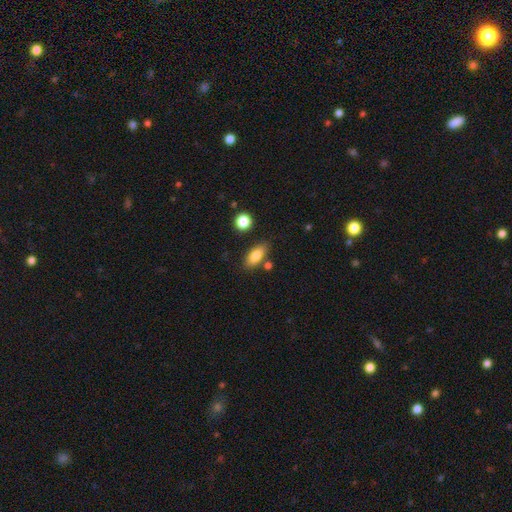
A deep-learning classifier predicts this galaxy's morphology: Smooth or featured? smooth (81%)
How rounded? in between (84%)
Merging? none (77%)